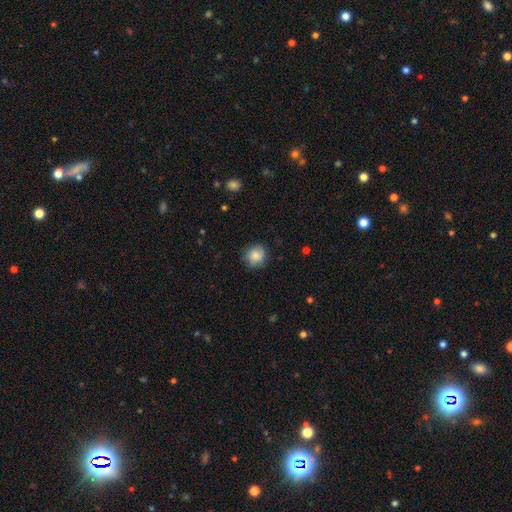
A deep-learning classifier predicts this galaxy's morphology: This is likely a smooth galaxy (79%). How rounded: clearly round (85%). Merging: likely none (78%).